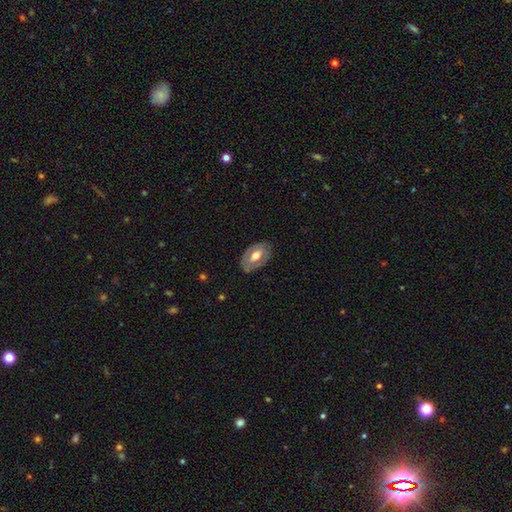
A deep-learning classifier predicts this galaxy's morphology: featured or disk 48%, smooth 47%, star or artifact 6%. Down the decision tree: merging — none (79%).